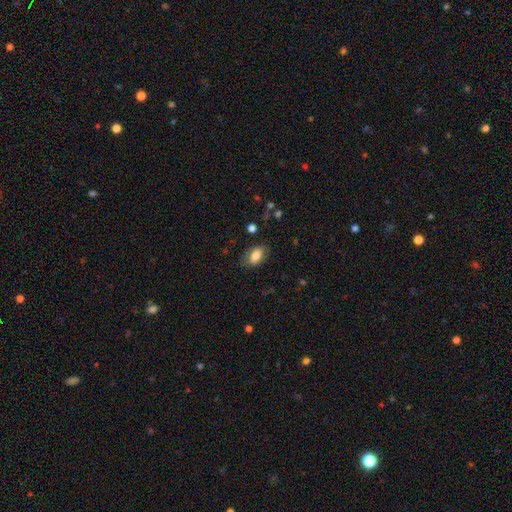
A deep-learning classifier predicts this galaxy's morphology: Smooth or featured: smooth — 76% (featured or disk — 17%)
How rounded: in between — 91% (round — 6%)
Merging: none — 77% (minor disturbance — 17%)